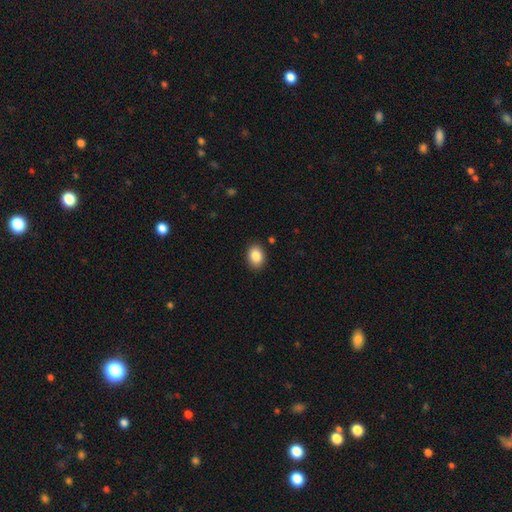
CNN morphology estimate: Q: Smooth or featured?
A: smooth (87%); runner-up: star or artifact (8%)
Q: How rounded?
A: in between (71%); runner-up: round (28%)
Q: Merging?
A: none (88%); runner-up: minor disturbance (8%)